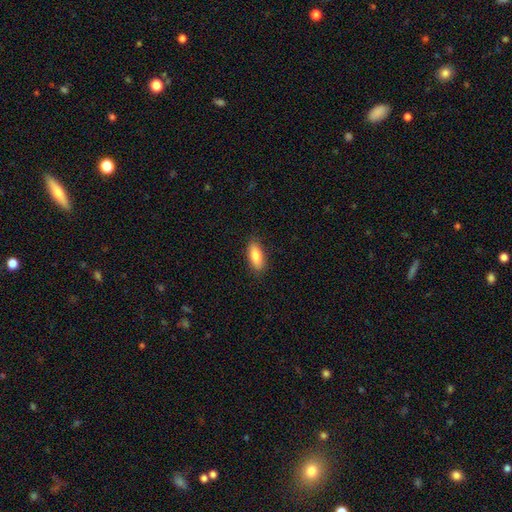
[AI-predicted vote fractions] Overall: smooth (82%). How rounded: in between (76%). Merging: none (87%).